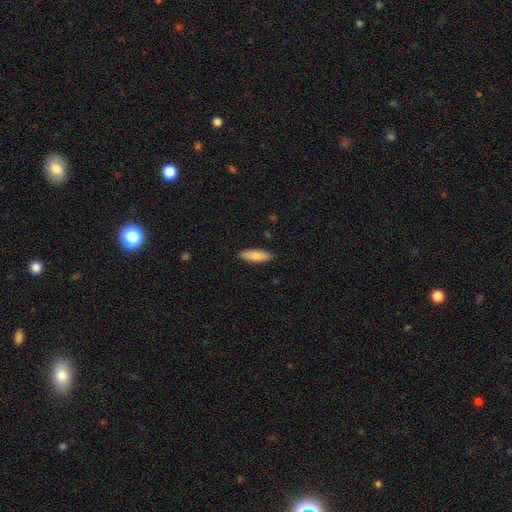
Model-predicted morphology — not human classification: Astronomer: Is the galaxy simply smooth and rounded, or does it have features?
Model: smooth — 86%.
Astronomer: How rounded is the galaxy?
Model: in between — 53% (runner-up: cigar-shaped, 45%).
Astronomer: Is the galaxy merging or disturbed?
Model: none — 88%.